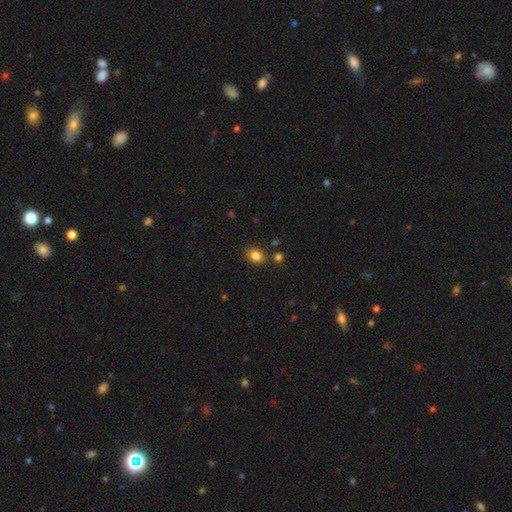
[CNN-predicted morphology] Smooth or featured? smooth (83%)
How rounded? in between (65%)
Merging? none (80%)